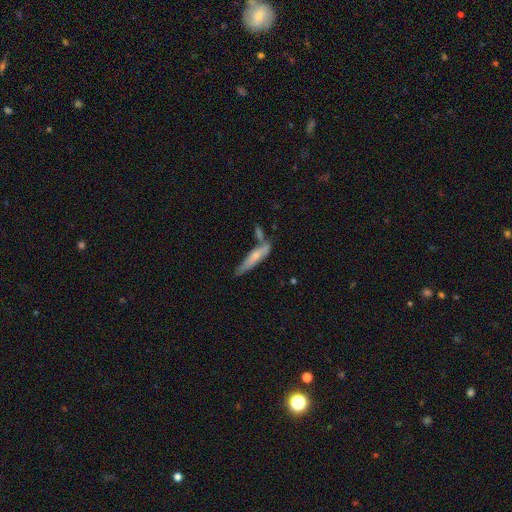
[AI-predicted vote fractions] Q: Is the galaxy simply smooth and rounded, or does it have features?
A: smooth — 56%.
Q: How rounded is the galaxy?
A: cigar-shaped — 84%.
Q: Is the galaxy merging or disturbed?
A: none — 49%.